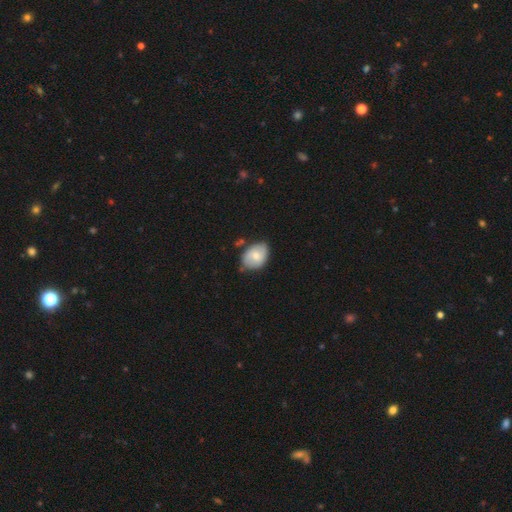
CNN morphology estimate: Smooth or featured: smooth — 68% (featured or disk — 26%)
How rounded: in between — 73% (round — 26%)
Merging: none — 67% (minor disturbance — 25%)